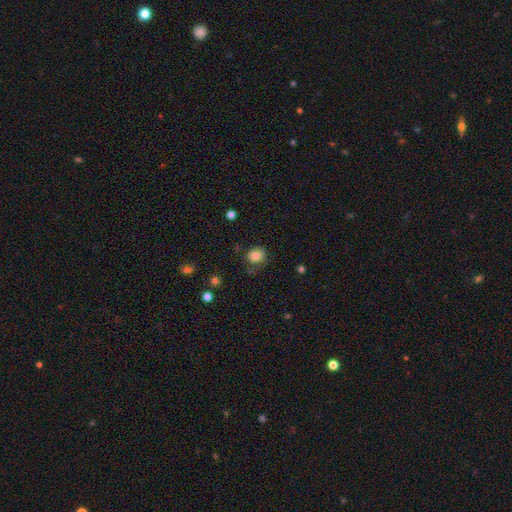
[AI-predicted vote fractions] smooth_or_featured: smooth (p=0.82) [alt: star or artifact p=0.10]
how_rounded: round (p=0.74) [alt: in between p=0.25]
merging: none (p=0.69) [alt: minor disturbance p=0.21]